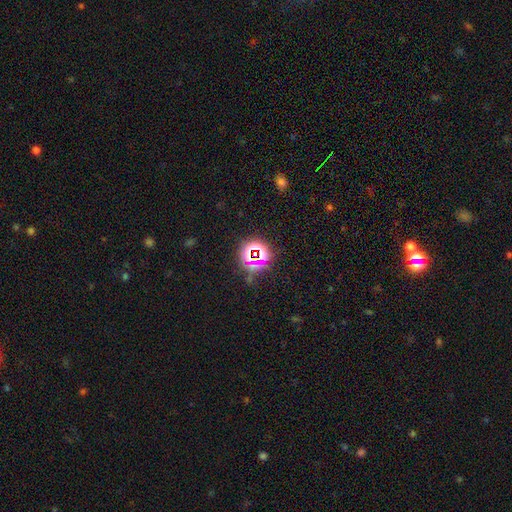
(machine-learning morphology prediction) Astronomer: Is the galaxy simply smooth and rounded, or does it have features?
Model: star or artifact — 75%.